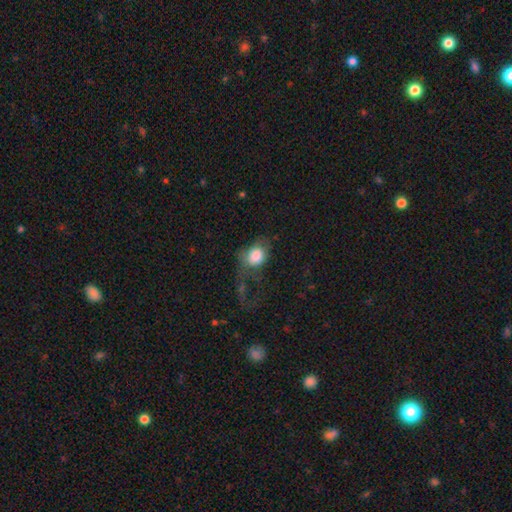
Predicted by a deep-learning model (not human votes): This appears to be a smooth galaxy with no disk features (76%) that is in between round and cigar-shaped (57%). Merging: major disturbance (52%).